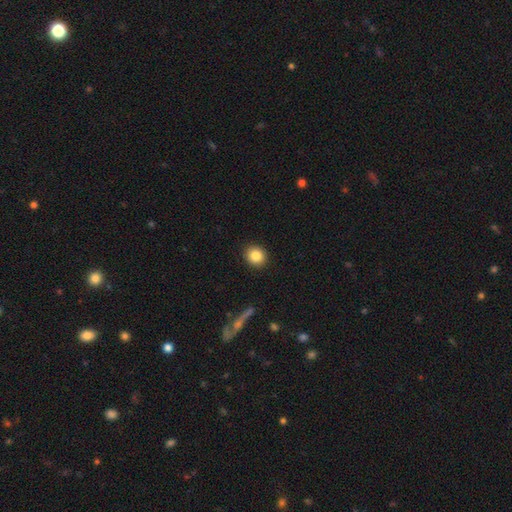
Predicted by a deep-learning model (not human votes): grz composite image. It shows a smooth galaxy with no disk features (85%) that is round (83%). Merging: none (91%).